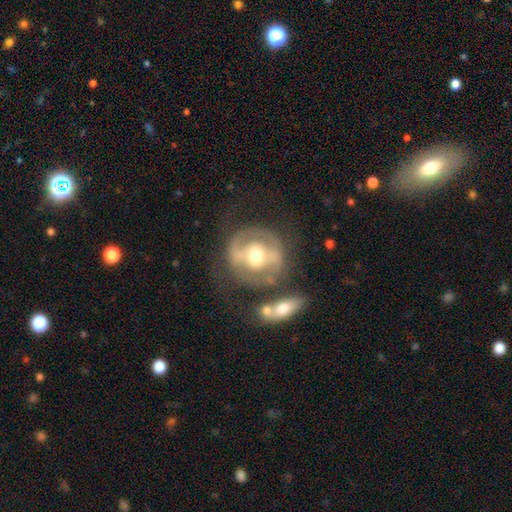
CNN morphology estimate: This appears to be a featured or disk galaxy (69%) with a weak bar (34%), no spiral arms (55%) and a moderate central bulge (71%). Merging: none (61%).